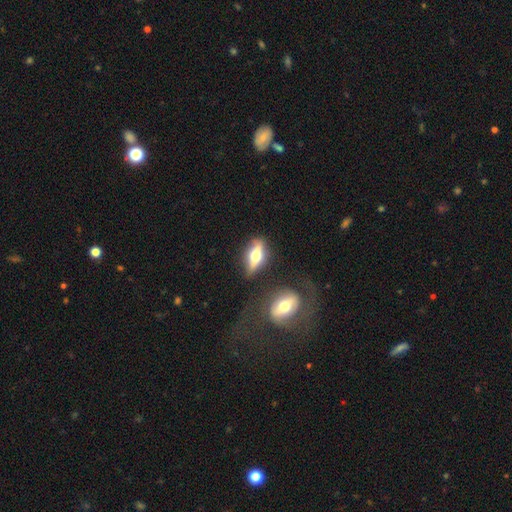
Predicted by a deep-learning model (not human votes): Morphology: type=featured or disk (59%); edge-on=yes (87%); edge-on bulge=rounded (94%); merging=none (73%).